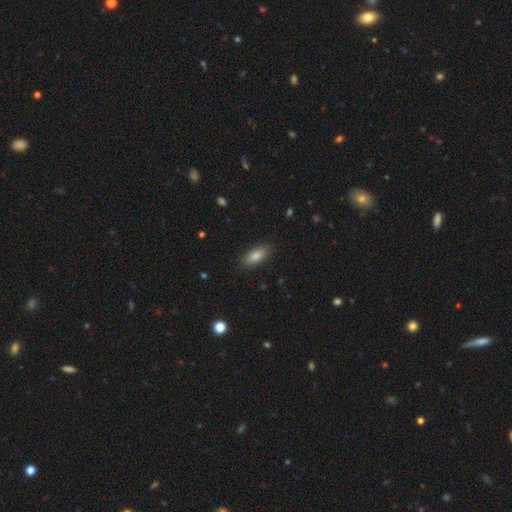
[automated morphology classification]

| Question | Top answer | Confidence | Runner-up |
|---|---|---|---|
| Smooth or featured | smooth | 80% | featured or disk (10%) |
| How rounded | in between | 78% | cigar-shaped (18%) |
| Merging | none | 87% | minor disturbance (9%) |